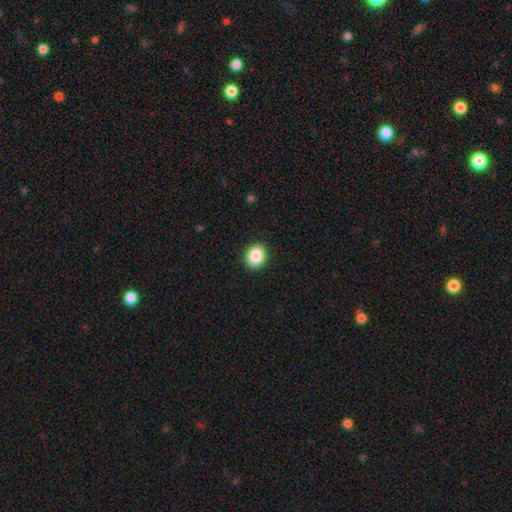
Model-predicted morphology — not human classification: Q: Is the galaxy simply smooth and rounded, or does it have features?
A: smooth — 87%.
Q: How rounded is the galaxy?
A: round — 58%.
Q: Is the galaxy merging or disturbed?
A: none — 91%.